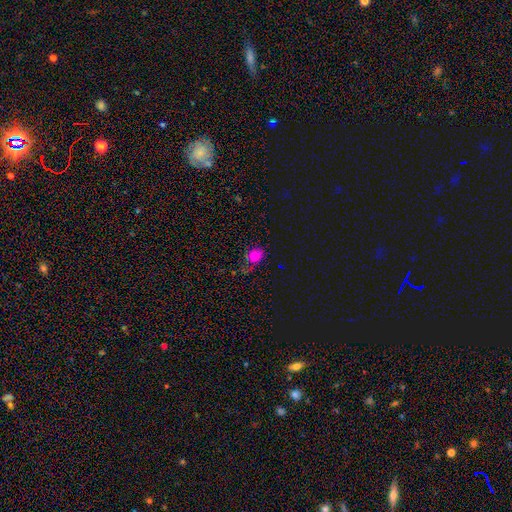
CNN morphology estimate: smooth 71%, star or artifact 17%, featured or disk 12%. Down the decision tree: how rounded — round (51%); merging — none (50%).